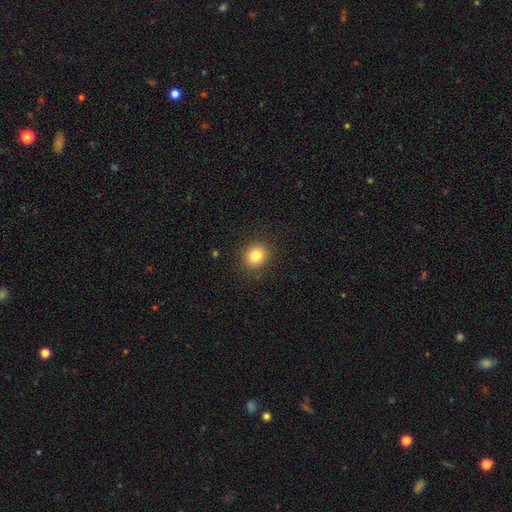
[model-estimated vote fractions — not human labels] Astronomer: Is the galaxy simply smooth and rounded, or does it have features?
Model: smooth — 82%.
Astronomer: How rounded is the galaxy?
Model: round — 77%.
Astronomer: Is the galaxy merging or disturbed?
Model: none — 89%.